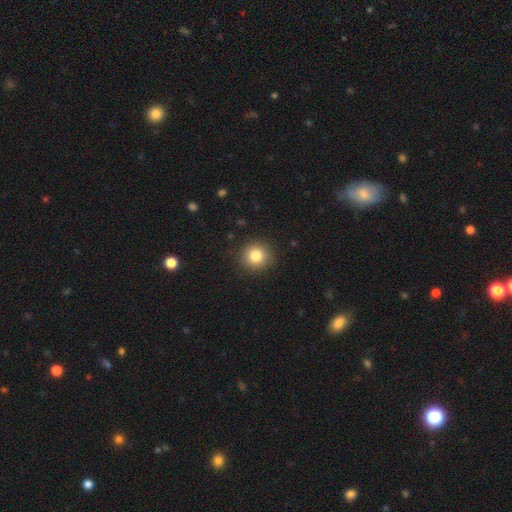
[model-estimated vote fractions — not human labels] smooth 83%, star or artifact 11%, featured or disk 7%. Down the decision tree: how rounded — round (92%); merging — none (90%).